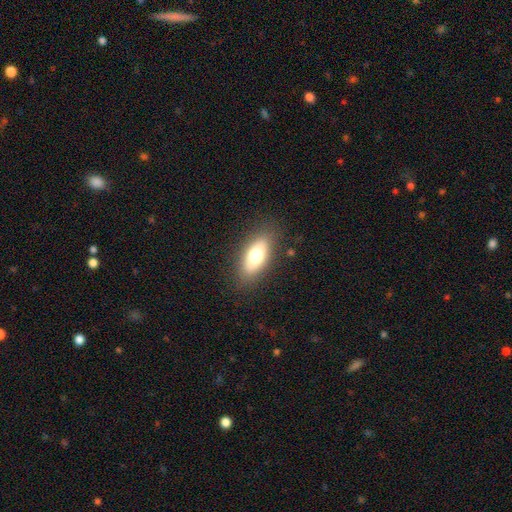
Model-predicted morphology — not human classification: smooth_or_featured: smooth (p=0.70) [alt: featured or disk p=0.22]
how_rounded: in between (p=0.80) [alt: cigar-shaped p=0.16]
merging: none (p=0.84) [alt: minor disturbance p=0.11]